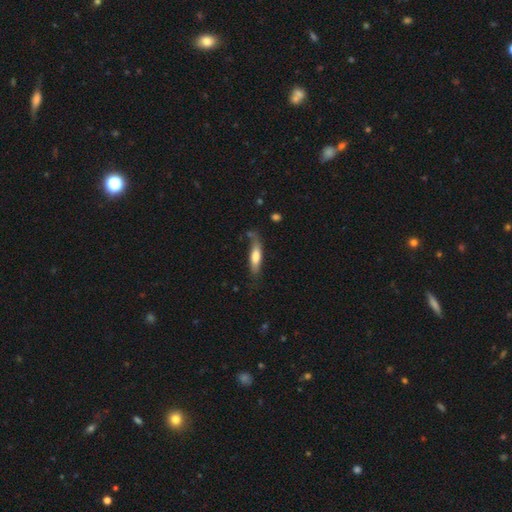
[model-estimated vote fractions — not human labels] Smooth or featured? Predicted: smooth (p=0.69). How rounded? Predicted: cigar-shaped (p=0.60). Merging? Predicted: none (p=0.57).